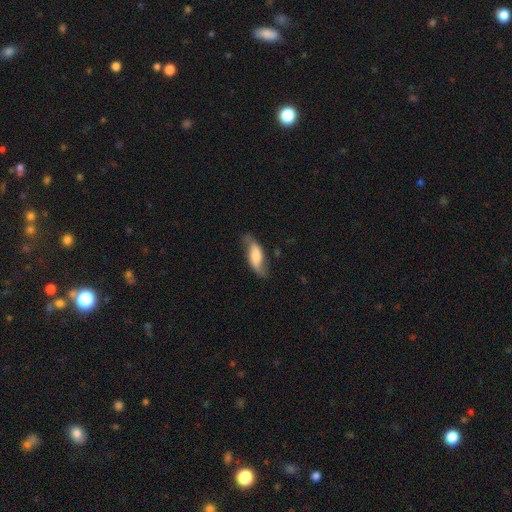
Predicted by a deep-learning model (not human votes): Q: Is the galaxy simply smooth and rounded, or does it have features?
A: featured or disk — 52%.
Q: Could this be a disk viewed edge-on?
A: no — 78%.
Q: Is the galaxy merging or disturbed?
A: none — 68%.